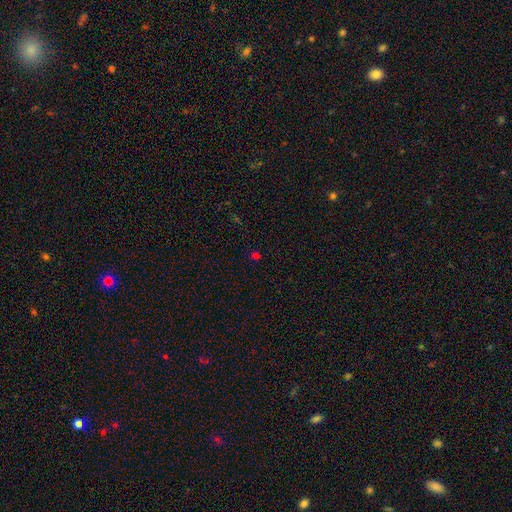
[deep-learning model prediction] This appears to be a smooth galaxy with no disk features (49%). Merging: none (82%).